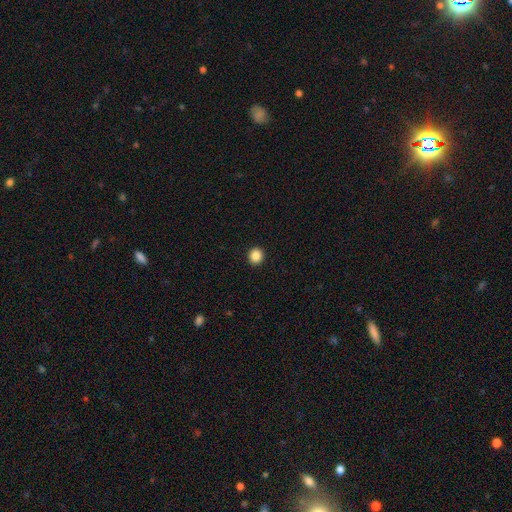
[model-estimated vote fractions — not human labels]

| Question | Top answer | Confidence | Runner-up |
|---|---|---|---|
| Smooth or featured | smooth | 87% | star or artifact (10%) |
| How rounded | round | 88% | in between (11%) |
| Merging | none | 93% | minor disturbance (4%) |